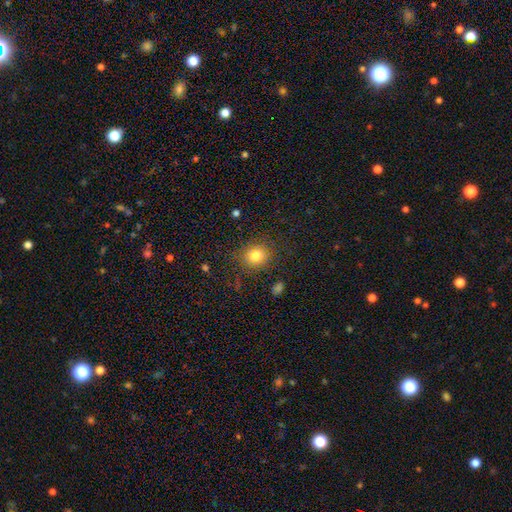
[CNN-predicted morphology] Q: Smooth or featured?
A: smooth (81%); runner-up: star or artifact (12%)
Q: How rounded?
A: round (80%); runner-up: in between (19%)
Q: Merging?
A: none (85%); runner-up: minor disturbance (10%)